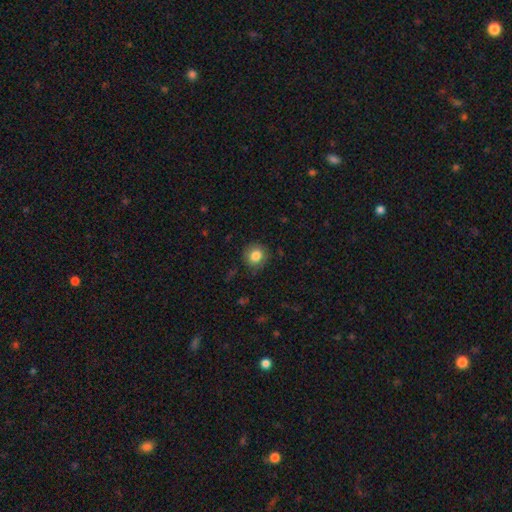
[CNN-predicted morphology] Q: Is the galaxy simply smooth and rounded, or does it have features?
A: smooth — 84%.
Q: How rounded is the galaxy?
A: round — 88%.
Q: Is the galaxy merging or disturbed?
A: none — 85%.